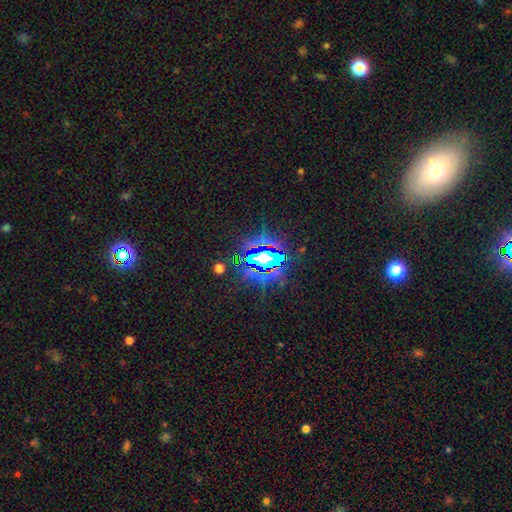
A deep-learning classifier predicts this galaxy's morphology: Smooth or featured?
  - star or artifact: 71% *
  - smooth: 16%
  - featured or disk: 13%